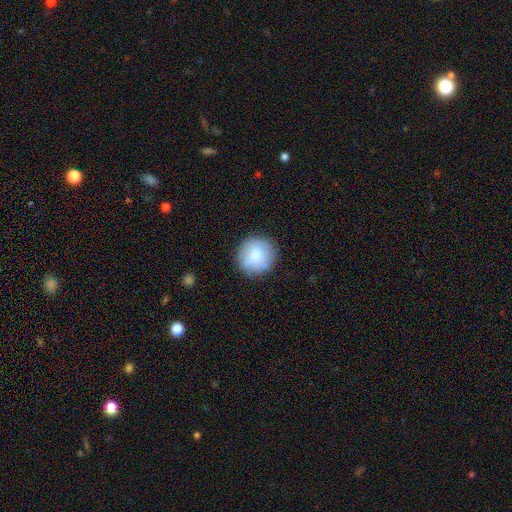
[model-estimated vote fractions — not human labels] smooth-or-featured: smooth: 82% | featured or disk: 11% | star or artifact: 7%
  how-rounded: round: 93% | in between: 6% | cigar-shaped: 1%
  merging: none: 86% | minor disturbance: 10% | major disturbance: 3% | merger: 1%